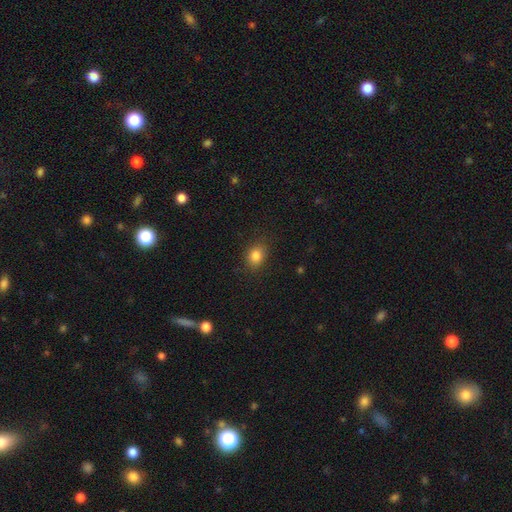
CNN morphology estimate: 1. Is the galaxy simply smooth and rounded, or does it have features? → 84% smooth, 11% star or artifact, 6% featured or disk.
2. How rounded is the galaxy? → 50% round, 49% in between, 1% cigar-shaped.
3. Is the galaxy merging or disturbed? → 84% none, 12% minor disturbance, 3% major disturbance, 1% merger.